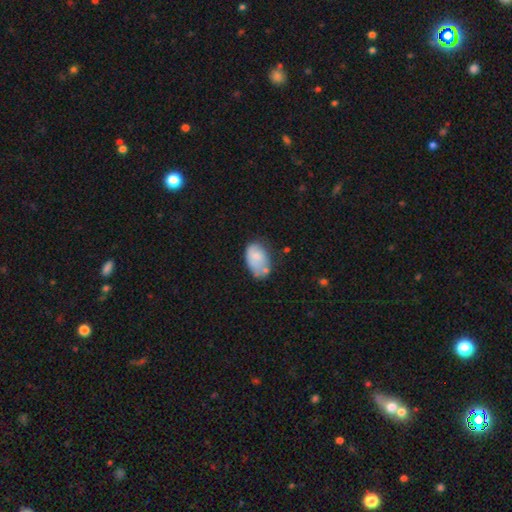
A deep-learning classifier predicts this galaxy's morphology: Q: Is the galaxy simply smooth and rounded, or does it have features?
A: smooth — 72%.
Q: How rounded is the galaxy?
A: in between — 89%.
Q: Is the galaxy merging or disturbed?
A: none — 42%.